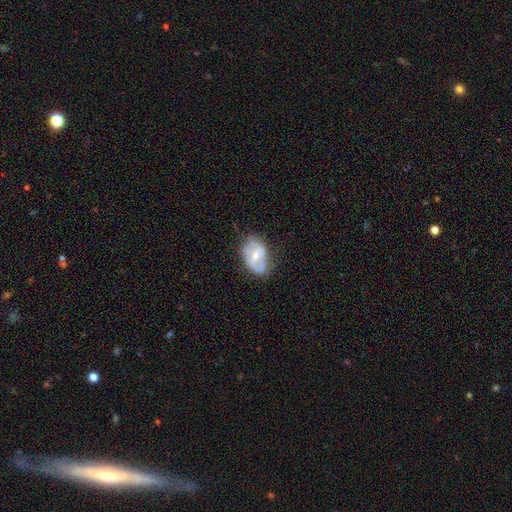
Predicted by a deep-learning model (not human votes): Smooth or featured?
  - featured or disk: 52% *
  - smooth: 41%
  - star or artifact: 7%
Edge-on disk?
  - no: 94% *
  - yes: 6%
Merging?
  - none: 58% *
  - minor disturbance: 30%
  - major disturbance: 10%
  - merger: 2%